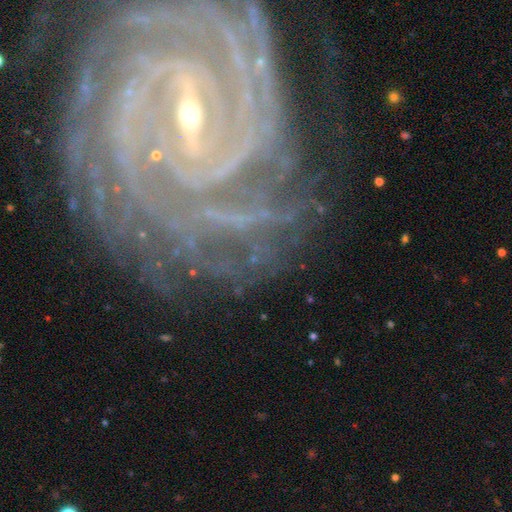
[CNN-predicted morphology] Q: Smooth or featured?
A: featured or disk (85%); runner-up: star or artifact (10%)
Q: Edge-on disk?
A: no (95%); runner-up: yes (5%)
Q: Bar?
A: strong (56%); runner-up: weak (27%)
Q: Spiral arms?
A: yes (95%); runner-up: no (5%)
Q: Spiral winding?
A: tight (77%); runner-up: medium (18%)
Q: Spiral arm count?
A: can't tell (27%); runner-up: more than 4 (19%)
Q: Bulge size?
A: small (68%); runner-up: moderate (25%)
Q: Merging?
A: none (71%); runner-up: minor disturbance (15%)